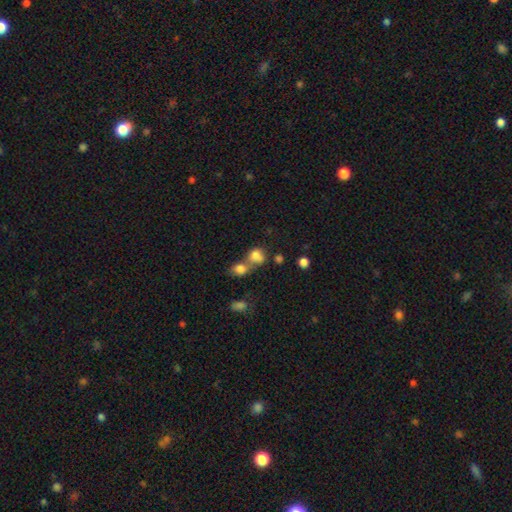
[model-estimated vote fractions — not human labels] Overall: smooth (78%). How rounded: round (63%; in between 36%). Merging: merger (56%; none 31%).